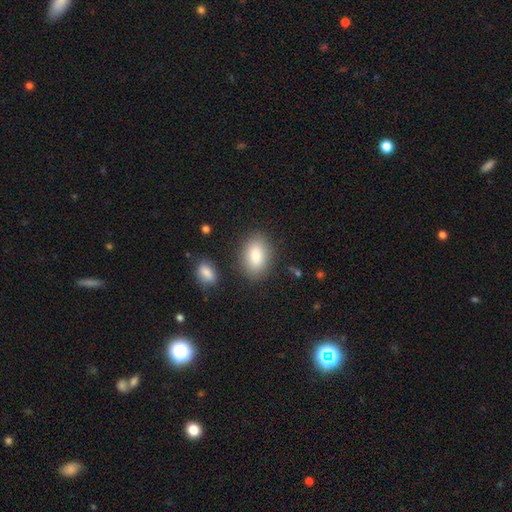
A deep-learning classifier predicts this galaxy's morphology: Smooth or featured?
  - smooth: 84% *
  - featured or disk: 9%
  - star or artifact: 7%
How rounded?
  - in between: 86% *
  - round: 12%
  - cigar-shaped: 2%
Merging?
  - none: 82% *
  - minor disturbance: 11%
  - merger: 4%
  - major disturbance: 3%